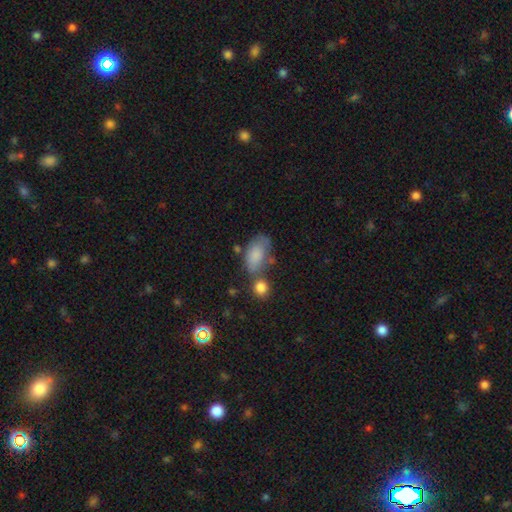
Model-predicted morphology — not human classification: Smooth or featured?
  - smooth: 78% *
  - featured or disk: 13%
  - star or artifact: 9%
How rounded?
  - in between: 91% *
  - round: 6%
  - cigar-shaped: 3%
Merging?
  - none: 43% *
  - minor disturbance: 26%
  - merger: 19%
  - major disturbance: 12%